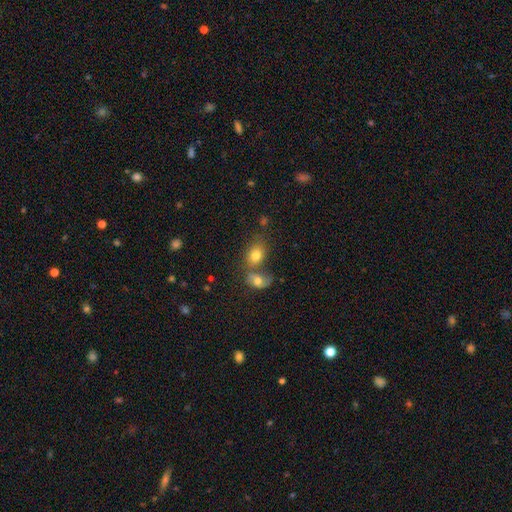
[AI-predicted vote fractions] This appears to be a smooth galaxy with no disk features (78%) that is in between round and cigar-shaped (75%). Merging: merger (42%, tied with none).